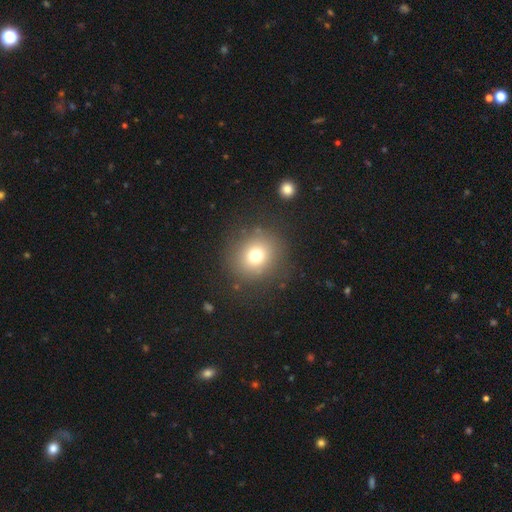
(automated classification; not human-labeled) This is likely a smooth galaxy (73%). How rounded: clearly round (85%). Merging: clearly none (84%).